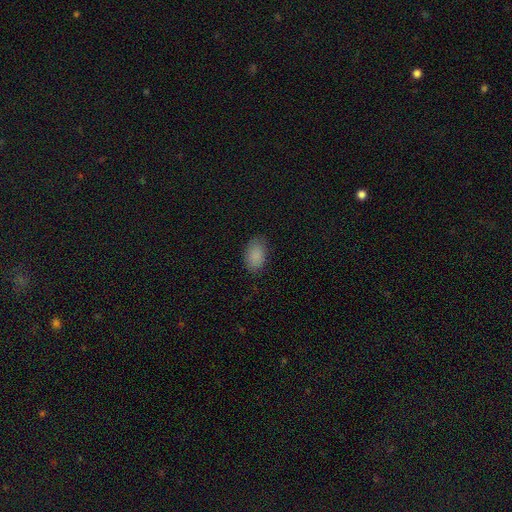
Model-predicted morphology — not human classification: The model was most divided on "merging": none: 79%, minor disturbance: 16%, major disturbance: 4%, merger: 1%. More confident: how rounded — in between (88%); smooth or featured — smooth (88%).